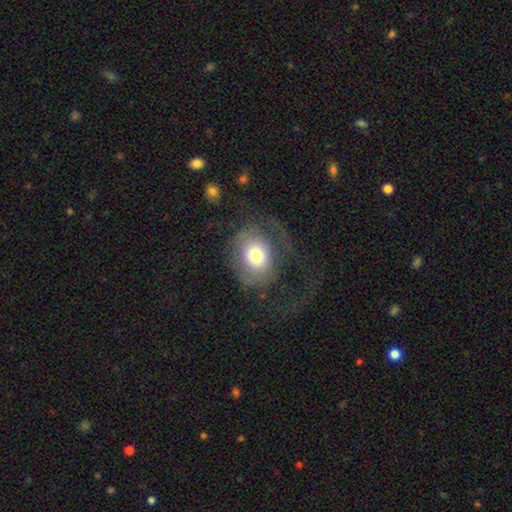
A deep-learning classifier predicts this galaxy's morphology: The model was most divided on "merging": major disturbance: 42%, none: 39%, minor disturbance: 17%, merger: 2%. More confident: smooth or featured — smooth (61%); how rounded — round (53%).